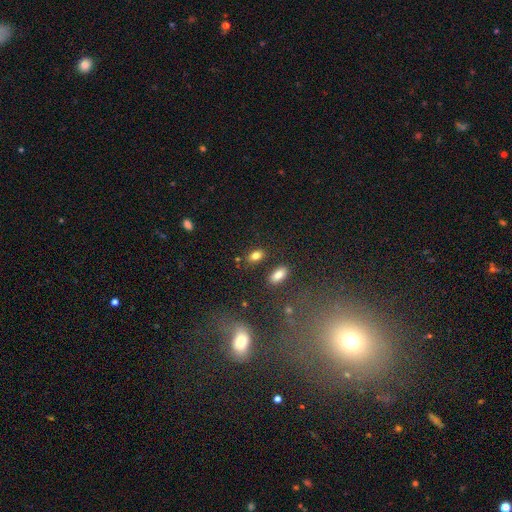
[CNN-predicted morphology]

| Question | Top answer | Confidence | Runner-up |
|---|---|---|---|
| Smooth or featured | smooth | 81% | star or artifact (10%) |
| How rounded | in between | 87% | round (10%) |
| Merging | none | 77% | minor disturbance (12%) |